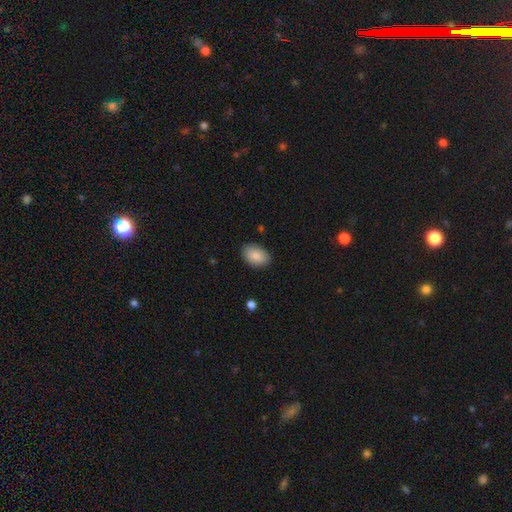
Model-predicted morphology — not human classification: Overall: smooth (87%). How rounded: in between (88%). Merging: none (86%).